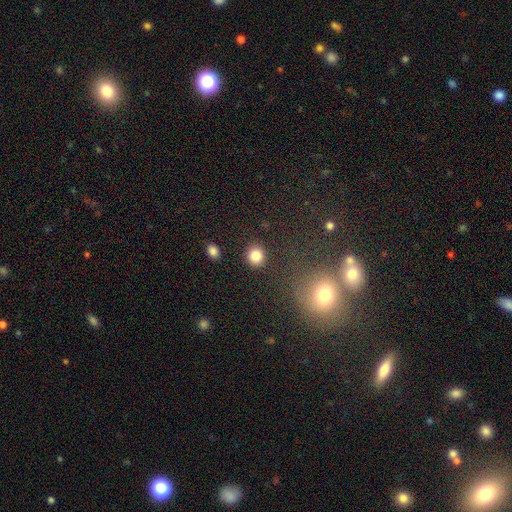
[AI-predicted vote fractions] This is clearly a smooth galaxy (85%). How rounded: likely round (78%). Merging: clearly none (87%).